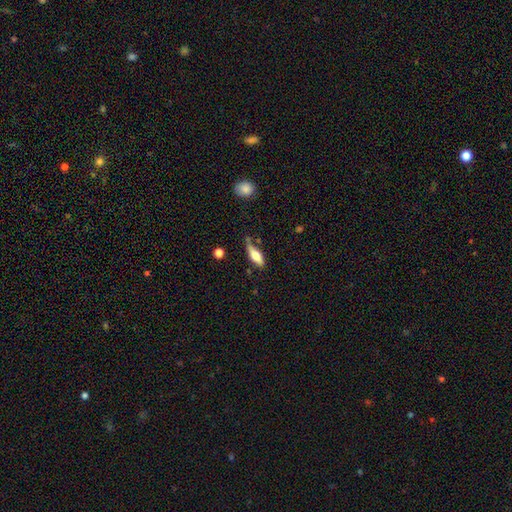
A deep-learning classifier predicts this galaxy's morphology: type=smooth (55%); roundness=in between (52%); merging=none (56%).